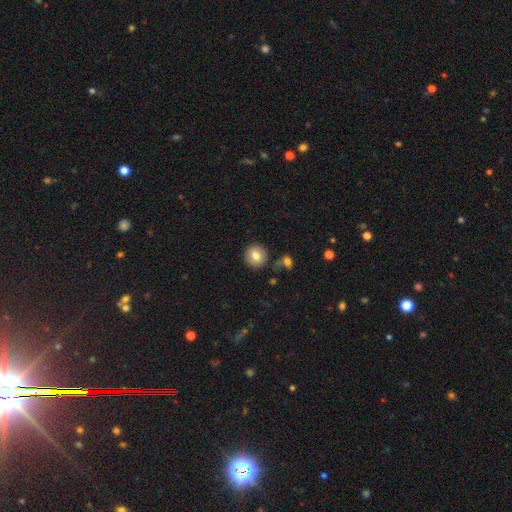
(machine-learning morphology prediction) This is likely a smooth galaxy (78%). How rounded: clearly round (91%). Merging: clearly none (84%).